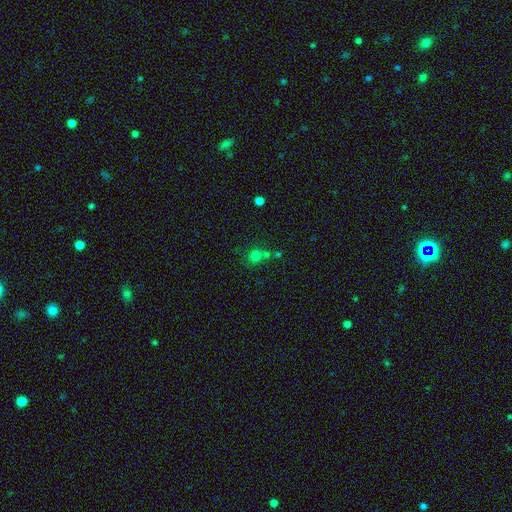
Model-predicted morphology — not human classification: Q: Smooth or featured?
A: smooth (74%); runner-up: star or artifact (18%)
Q: How rounded?
A: round (87%); runner-up: in between (12%)
Q: Merging?
A: none (58%); runner-up: merger (30%)